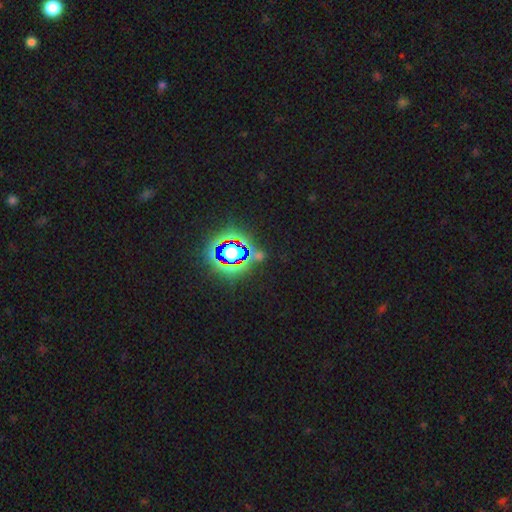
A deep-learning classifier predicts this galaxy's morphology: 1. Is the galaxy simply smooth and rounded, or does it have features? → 76% star or artifact, 15% smooth, 9% featured or disk.